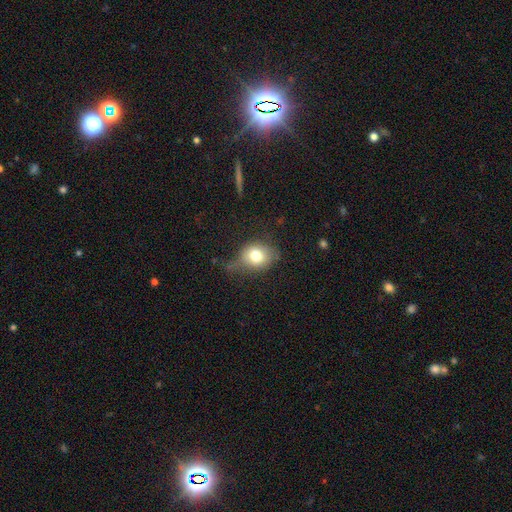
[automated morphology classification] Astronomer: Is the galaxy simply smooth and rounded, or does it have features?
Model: smooth — 74%.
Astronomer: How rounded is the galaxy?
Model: round — 52% (runner-up: in between, 46%).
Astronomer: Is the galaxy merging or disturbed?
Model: none — 50% (runner-up: minor disturbance, 33%).